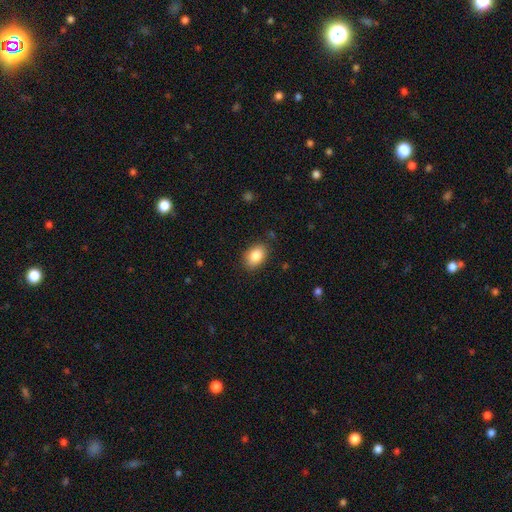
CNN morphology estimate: smooth_or_featured: smooth (p=0.86) [alt: star or artifact p=0.08]
how_rounded: in between (p=0.81) [alt: round p=0.18]
merging: none (p=0.85) [alt: minor disturbance p=0.11]